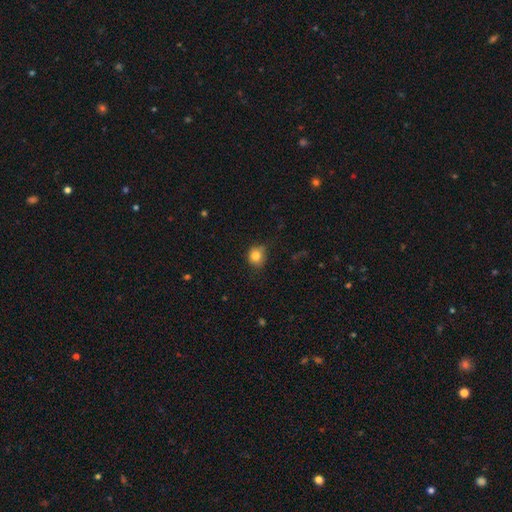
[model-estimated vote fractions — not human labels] Smooth or featured? Predicted: smooth (p=0.81). How rounded? Predicted: round (p=0.77). Merging? Predicted: none (p=0.69).